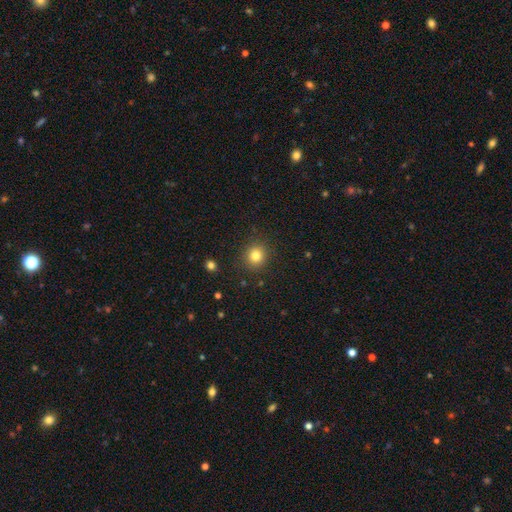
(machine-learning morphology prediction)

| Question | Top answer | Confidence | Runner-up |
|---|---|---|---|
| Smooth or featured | smooth | 82% | star or artifact (12%) |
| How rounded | round | 87% | in between (12%) |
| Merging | none | 89% | minor disturbance (7%) |